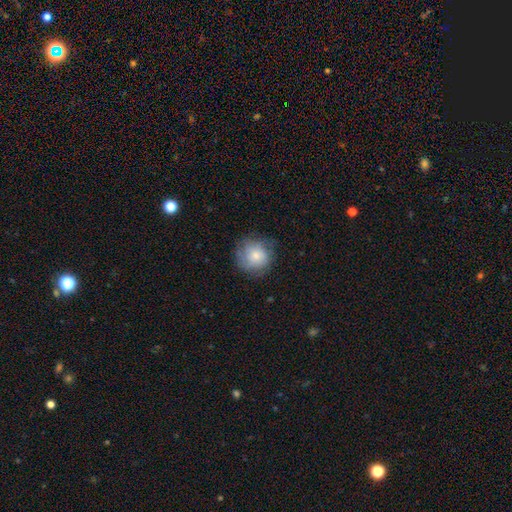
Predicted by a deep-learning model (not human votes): smooth 73%, featured or disk 19%, star or artifact 8%. Down the decision tree: how rounded — round (91%); merging — none (72%).